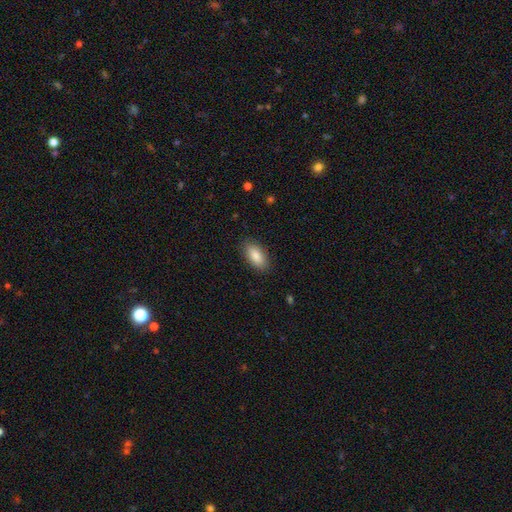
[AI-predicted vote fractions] A smooth galaxy with no disk features (86%) that is in between round and cigar-shaped (92%). Merging: none (87%).